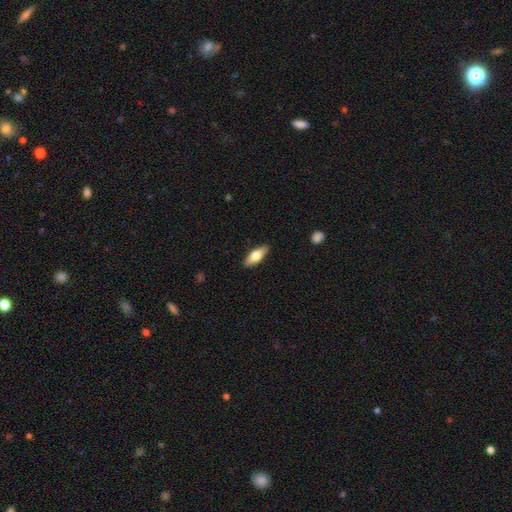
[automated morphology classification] A smooth galaxy with no disk features (63%) that is in between round and cigar-shaped (68%). Merging: none (88%).